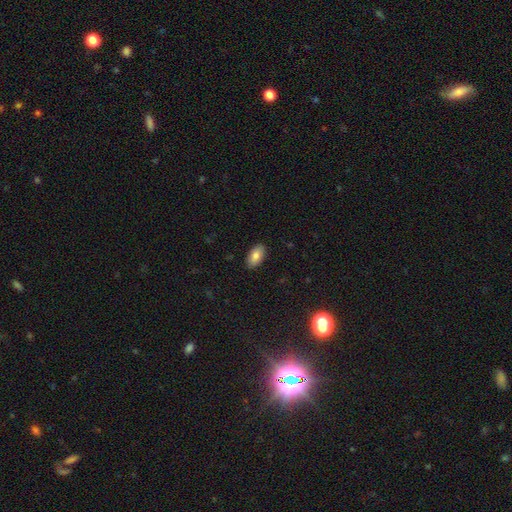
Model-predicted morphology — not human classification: Overall: smooth (83%). How rounded: in between (94%). Merging: none (89%).